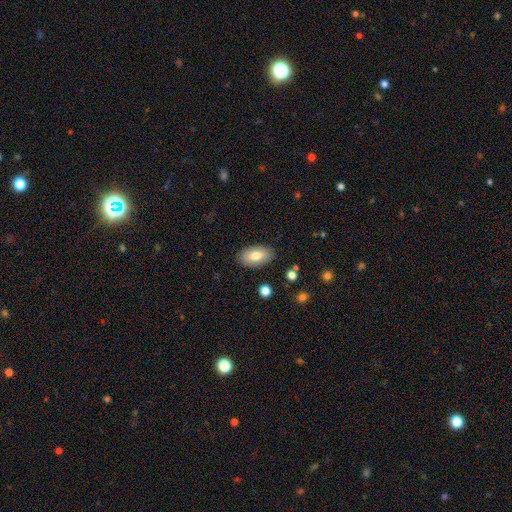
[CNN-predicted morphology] Q: Smooth or featured?
A: smooth (75%); runner-up: featured or disk (18%)
Q: How rounded?
A: in between (93%); runner-up: round (5%)
Q: Merging?
A: none (86%); runner-up: minor disturbance (10%)